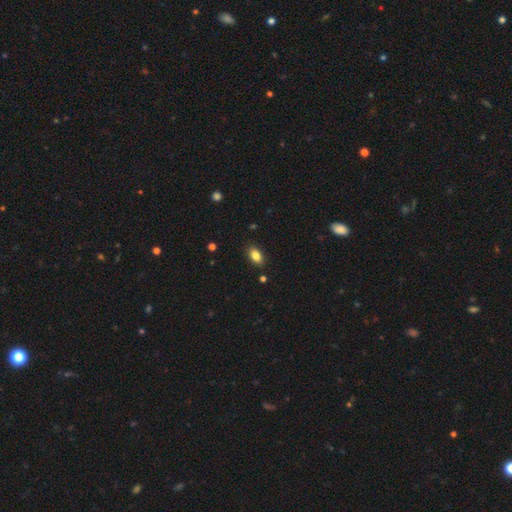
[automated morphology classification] This is clearly a smooth galaxy (84%). How rounded: clearly in between (90%). Merging: clearly none (86%).